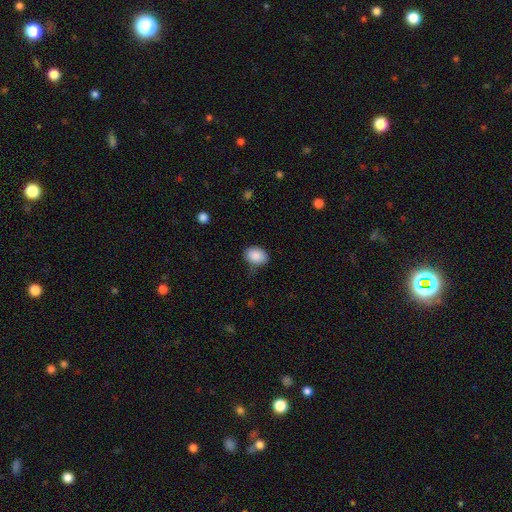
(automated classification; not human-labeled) Overall: smooth (88%). How rounded: in between (70%). Merging: none (66%).